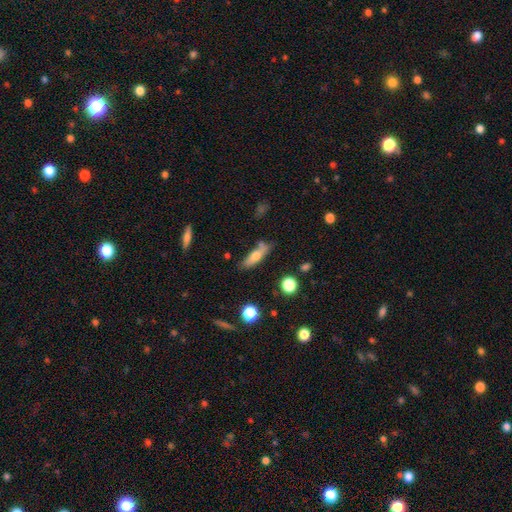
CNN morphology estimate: Smooth or featured: smooth — 62% (featured or disk — 30%)
How rounded: cigar-shaped — 50% (in between — 47%)
Merging: none — 60% (minor disturbance — 22%)